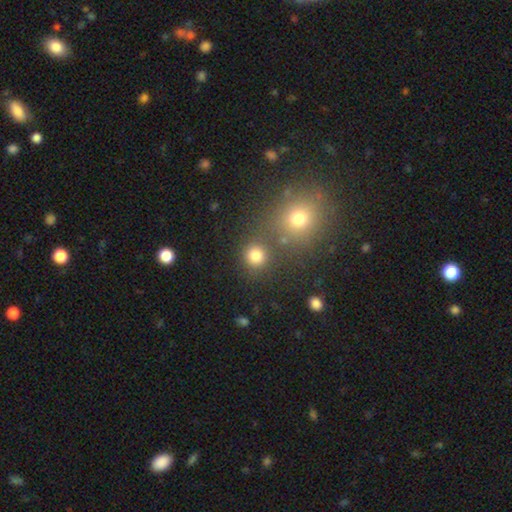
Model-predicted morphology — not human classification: This is likely a smooth galaxy (78%). How rounded: clearly round (89%). Merging: likely none (74%).